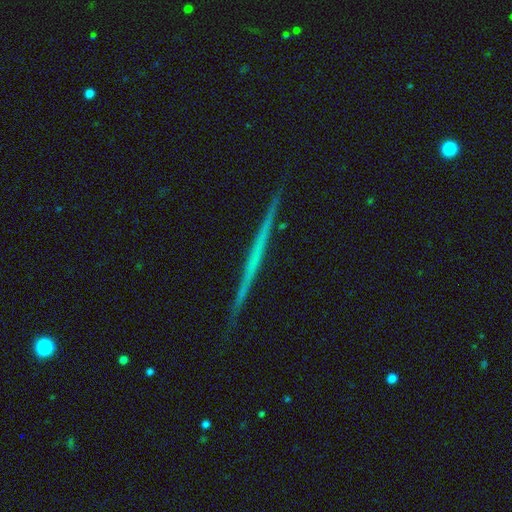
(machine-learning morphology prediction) The model was most divided on "smooth or featured": featured or disk: 64%, smooth: 27%, star or artifact: 10%. More confident: edge-on disk — yes (98%); edge-on bulge — none (93%); merging — none (93%).